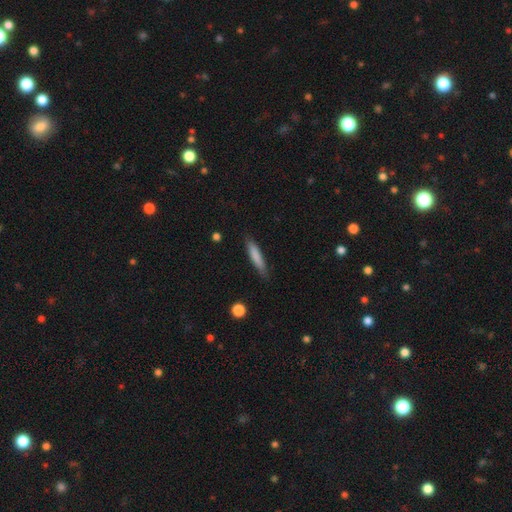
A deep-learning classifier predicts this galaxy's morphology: Smooth or featured? Predicted: smooth (p=0.79). How rounded? Predicted: cigar-shaped (p=0.89). Merging? Predicted: none (p=0.84).